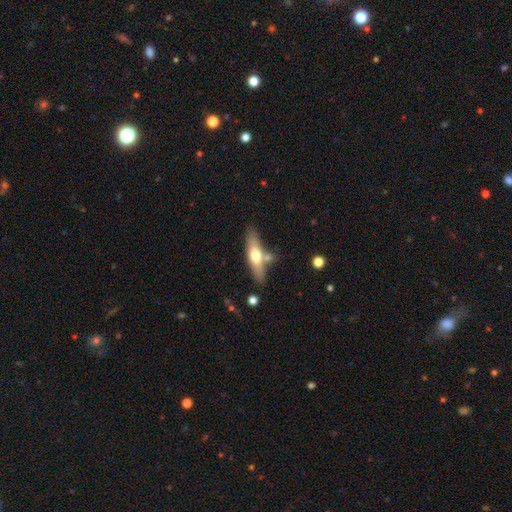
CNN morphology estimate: smooth-or-featured: smooth: 54% | featured or disk: 40% | star or artifact: 6%
  how-rounded: cigar-shaped: 63% | in between: 35% | round: 2%
  merging: none: 68% | minor disturbance: 14% | merger: 14% | major disturbance: 4%